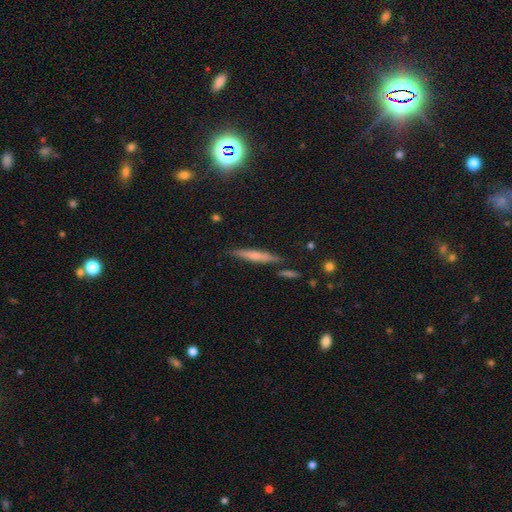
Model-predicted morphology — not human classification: Smooth or featured: smooth — 55% (featured or disk — 37%)
How rounded: cigar-shaped — 91% (in between — 7%)
Merging: none — 79% (minor disturbance — 13%)